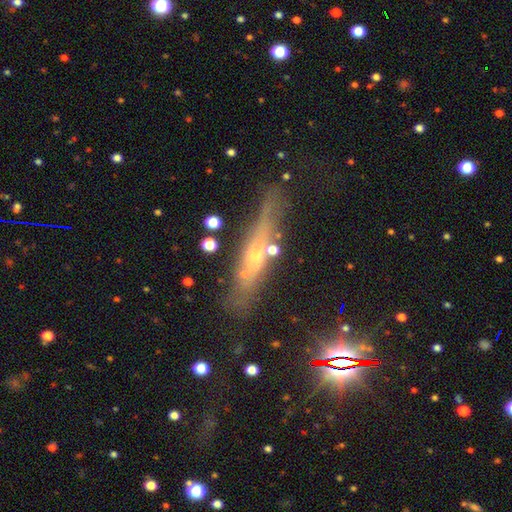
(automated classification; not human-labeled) Smooth or featured: featured or disk — 57% (smooth — 27%)
Edge-on disk: yes — 81% (no — 19%)
Merging: none — 70% (minor disturbance — 18%)